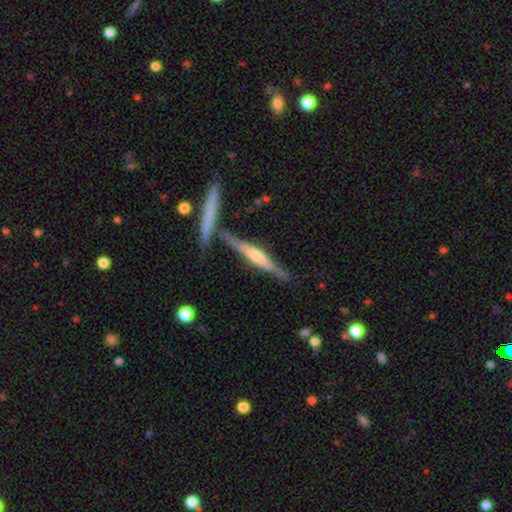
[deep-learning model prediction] This appears to be a featured or disk galaxy (70%) viewed edge-on (96%) with a rounded central bulge (55%). Merging: none (73%).